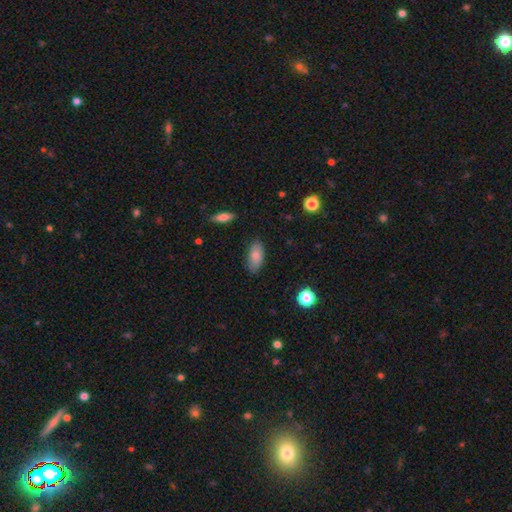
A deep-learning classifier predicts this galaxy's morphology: type=smooth (83%); roundness=in between (89%); merging=none (84%).